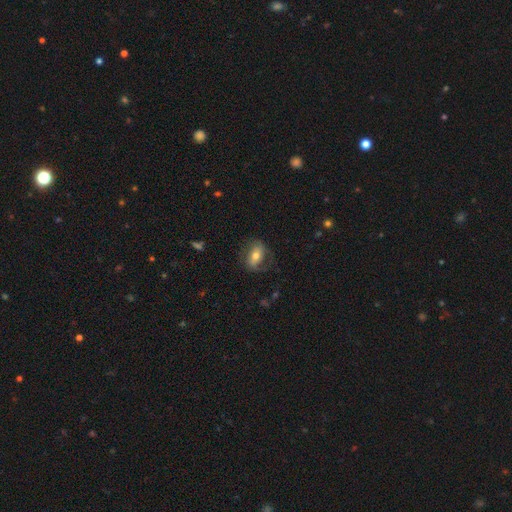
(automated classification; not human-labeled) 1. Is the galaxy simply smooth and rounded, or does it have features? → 55% smooth, 38% featured or disk, 8% star or artifact.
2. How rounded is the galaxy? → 82% in between, 13% round, 5% cigar-shaped.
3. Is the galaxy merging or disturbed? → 68% none, 20% minor disturbance, 11% major disturbance, 1% merger.